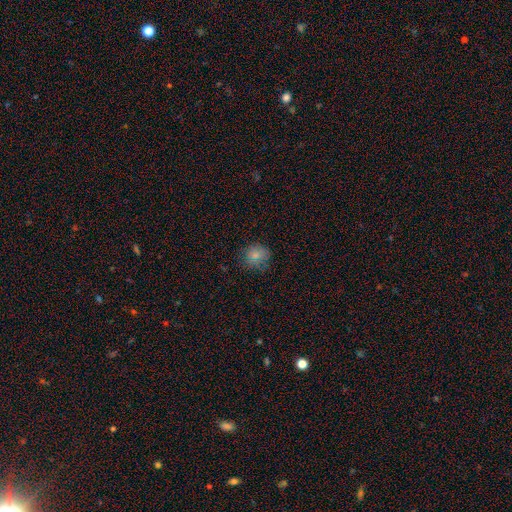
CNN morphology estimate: Smooth or featured?
  - smooth: 78% *
  - star or artifact: 13%
  - featured or disk: 8%
How rounded?
  - round: 83% *
  - in between: 16%
  - cigar-shaped: 1%
Merging?
  - none: 77% *
  - minor disturbance: 17%
  - major disturbance: 5%
  - merger: 1%